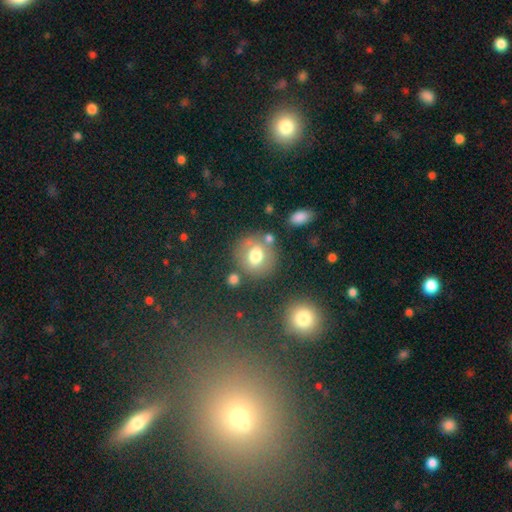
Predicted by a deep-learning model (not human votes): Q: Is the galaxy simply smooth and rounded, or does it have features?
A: smooth — 68%.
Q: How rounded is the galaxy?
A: round — 79%.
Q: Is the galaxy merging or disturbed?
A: none — 71%.